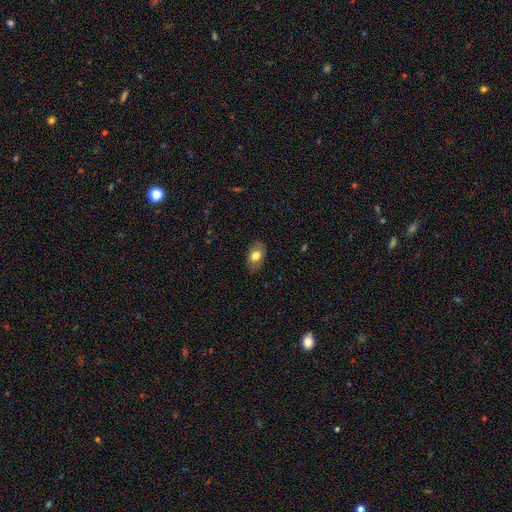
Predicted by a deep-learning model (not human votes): This appears to be a smooth galaxy with no disk features (74%) that is in between round and cigar-shaped (88%). Merging: none (81%).